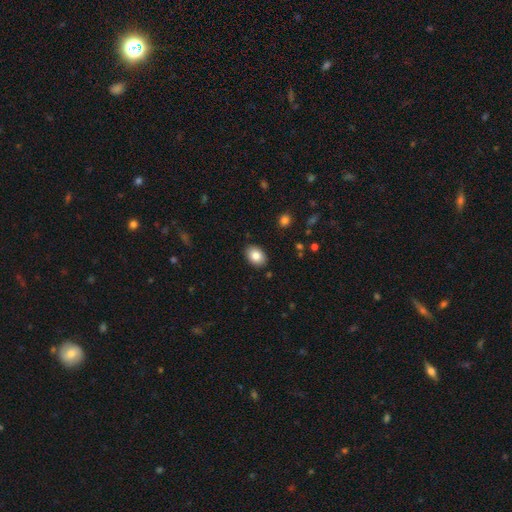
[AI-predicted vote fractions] smooth 85%, star or artifact 8%, featured or disk 8%. Down the decision tree: how rounded — in between (80%); merging — none (89%).